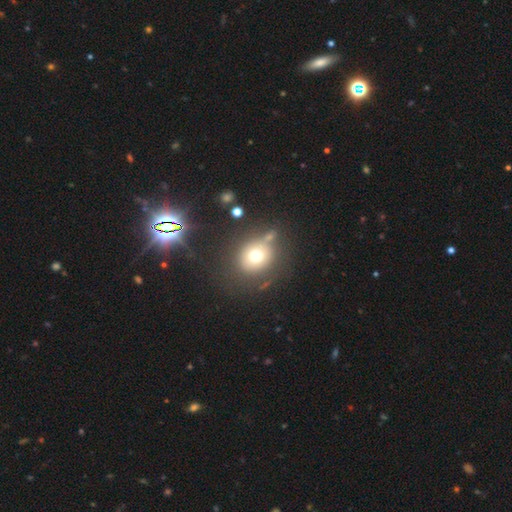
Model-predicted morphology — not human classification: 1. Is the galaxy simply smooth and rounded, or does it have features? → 69% smooth, 17% featured or disk, 15% star or artifact.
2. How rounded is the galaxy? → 76% round, 23% in between, 1% cigar-shaped.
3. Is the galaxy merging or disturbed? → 65% none, 17% minor disturbance, 9% major disturbance, 9% merger.